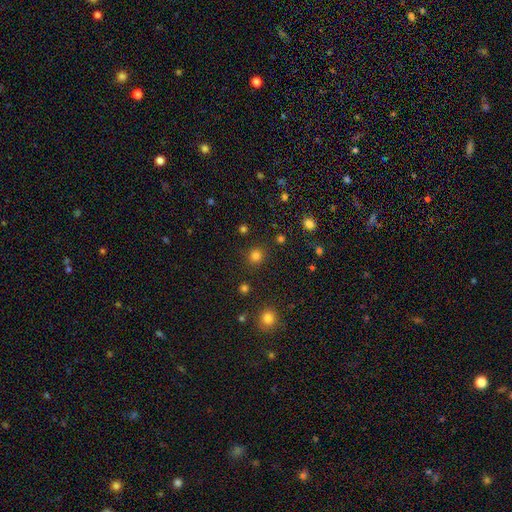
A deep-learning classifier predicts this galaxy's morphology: A smooth galaxy with no disk features (80%) that is round (92%). Merging: none (88%).